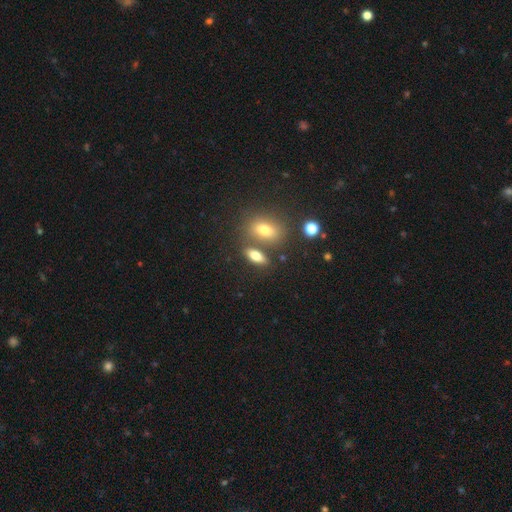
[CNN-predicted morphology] smooth-or-featured: smooth: 74% | featured or disk: 15% | star or artifact: 11%
  how-rounded: in between: 74% | cigar-shaped: 18% | round: 8%
  merging: none: 65% | merger: 20% | minor disturbance: 11% | major disturbance: 4%